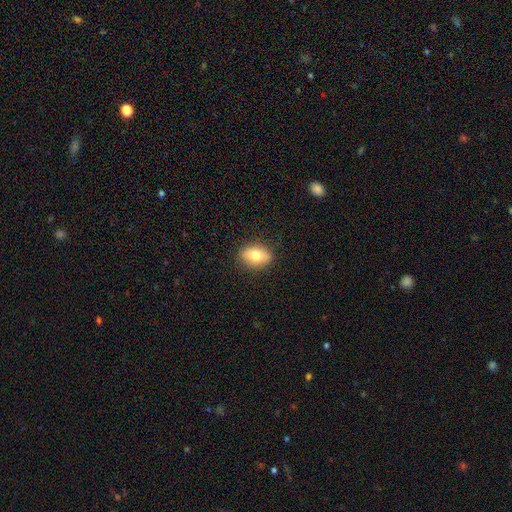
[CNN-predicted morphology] This is likely a smooth galaxy (74%). How rounded: likely in between (79%). Merging: clearly none (86%).